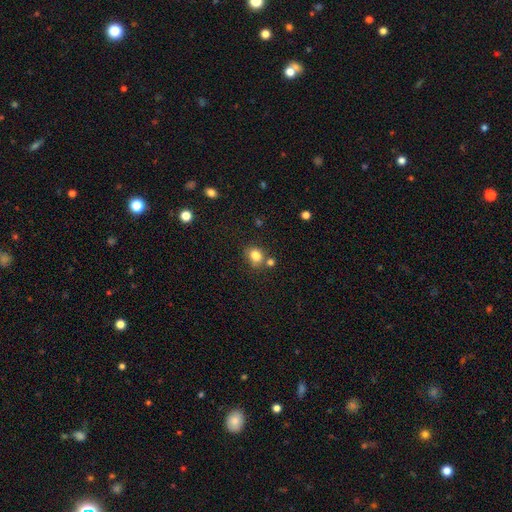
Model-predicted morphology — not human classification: Overall: smooth (82%). How rounded: round (53%; in between 46%). Merging: none (63%).